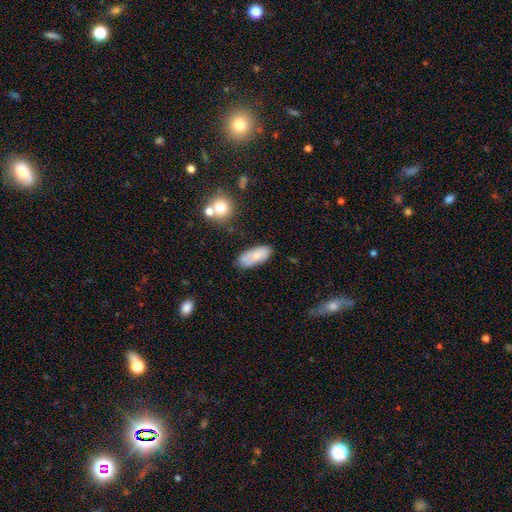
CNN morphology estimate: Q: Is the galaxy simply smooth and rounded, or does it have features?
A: smooth — 73%.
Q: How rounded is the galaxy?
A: in between — 85%.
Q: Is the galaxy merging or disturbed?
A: none — 70%.